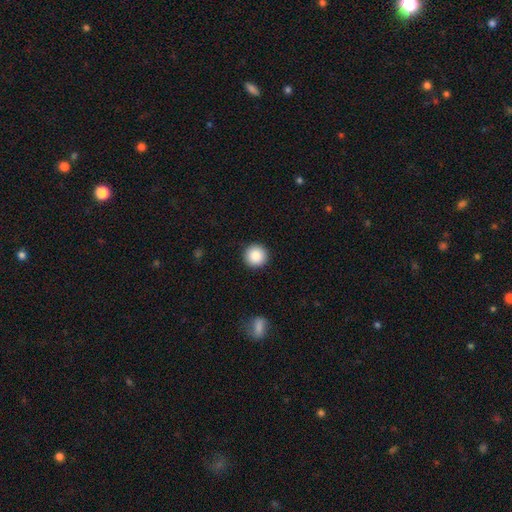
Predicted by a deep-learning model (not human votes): smooth_or_featured: smooth (p=0.86) [alt: star or artifact p=0.09]
how_rounded: round (p=0.96) [alt: in between p=0.03]
merging: none (p=0.93) [alt: minor disturbance p=0.05]